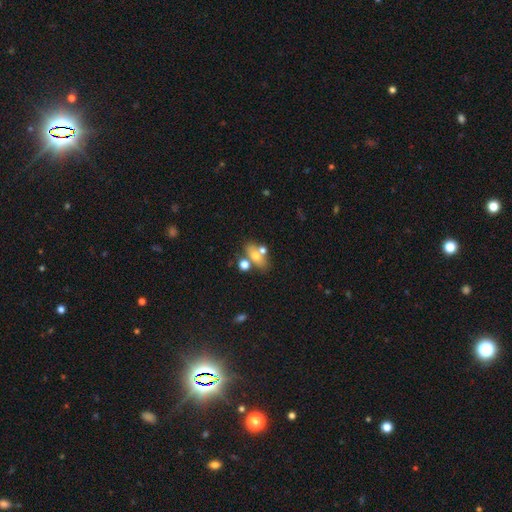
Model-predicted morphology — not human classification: smooth-or-featured: smooth: 58% | featured or disk: 29% | star or artifact: 13%
  how-rounded: in between: 69% | round: 24% | cigar-shaped: 7%
  merging: none: 48% | merger: 34% | minor disturbance: 12% | major disturbance: 6%